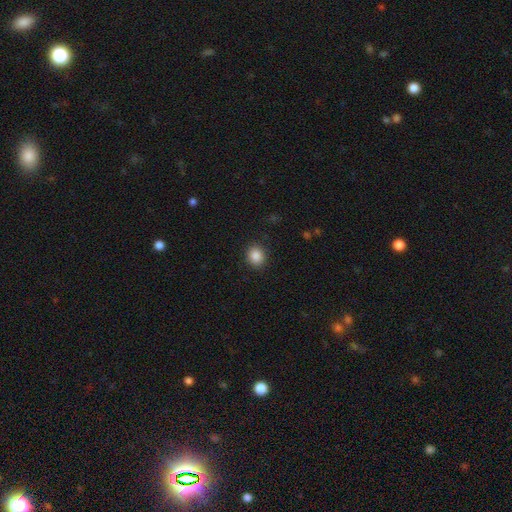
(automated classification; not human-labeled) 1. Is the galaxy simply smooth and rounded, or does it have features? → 87% smooth, 9% star or artifact, 3% featured or disk.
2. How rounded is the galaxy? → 73% round, 26% in between, 1% cigar-shaped.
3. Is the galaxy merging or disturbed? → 90% none, 7% minor disturbance, 2% major disturbance, 1% merger.